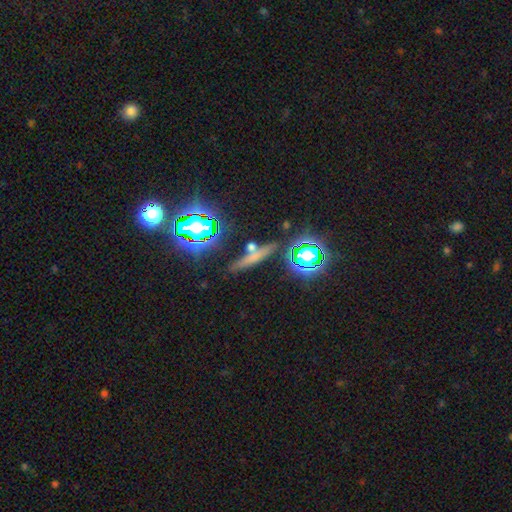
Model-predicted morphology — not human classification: Q: Smooth or featured?
A: smooth (50%); runner-up: featured or disk (27%)
Q: How rounded?
A: cigar-shaped (82%); runner-up: in between (10%)
Q: Merging?
A: none (76%); runner-up: minor disturbance (11%)